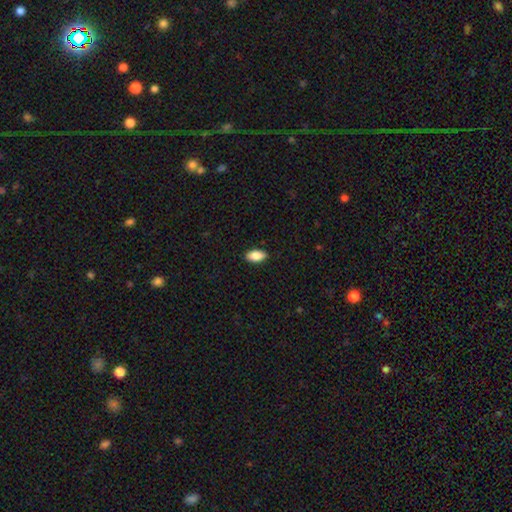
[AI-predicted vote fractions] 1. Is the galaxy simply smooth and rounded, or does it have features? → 86% smooth, 7% featured or disk, 7% star or artifact.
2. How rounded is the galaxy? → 92% in between, 5% cigar-shaped, 3% round.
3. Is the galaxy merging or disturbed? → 89% none, 8% minor disturbance, 2% major disturbance, 1% merger.